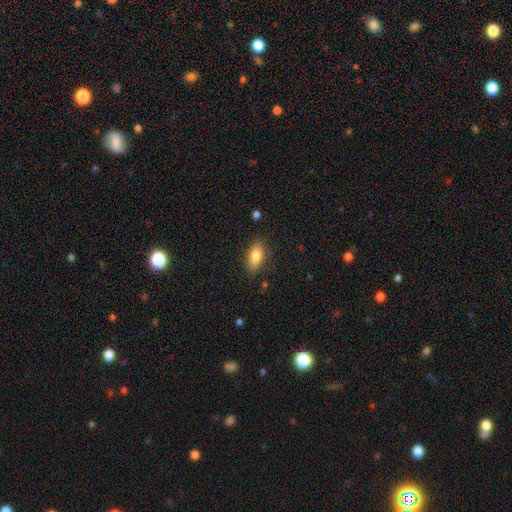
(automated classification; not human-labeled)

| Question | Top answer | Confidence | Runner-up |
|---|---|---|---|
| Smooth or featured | smooth | 80% | featured or disk (12%) |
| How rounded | in between | 86% | cigar-shaped (10%) |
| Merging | none | 83% | minor disturbance (12%) |